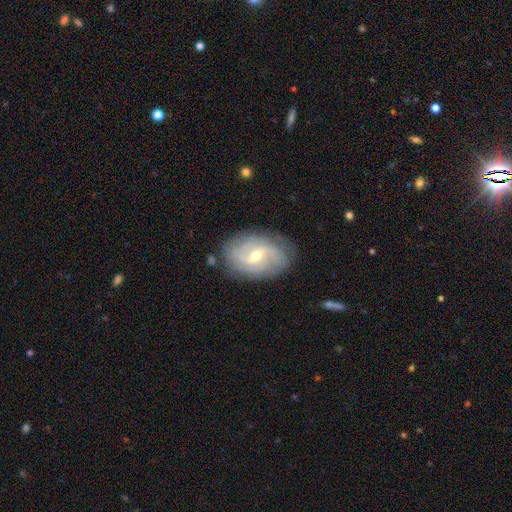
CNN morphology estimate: smooth-or-featured: featured or disk: 80% | smooth: 13% | star or artifact: 6%
  disk-edge-on: no: 96% | yes: 4%
    bar: weak: 52% | no: 31% | strong: 16%
    has-spiral-arms: yes: 91% | no: 9%
      spiral-winding: tight: 41% | medium: 38% | loose: 21%
      spiral-arm-count: 2: 42% | can't tell: 27% | 3: 17% | 4: 7% | 1: 4% | more than 4: 4%
    bulge-size: moderate: 54% | small: 43% | large: 2% | none: 1% | dominant: 1%
  merging: none: 80% | minor disturbance: 14% | major disturbance: 4% | merger: 2%